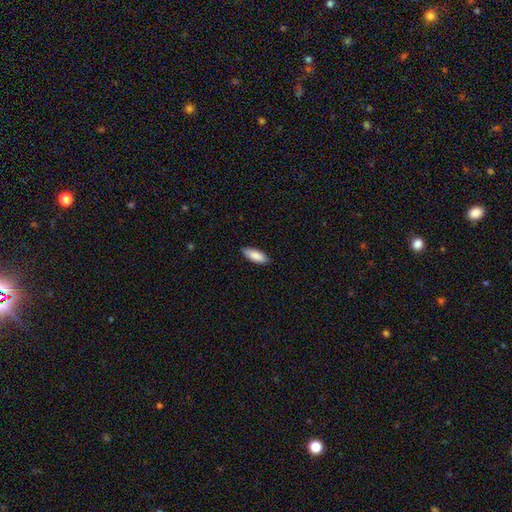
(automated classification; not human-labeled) Smooth or featured? Predicted: smooth (p=0.88). How rounded? Predicted: in between (p=0.71). Merging? Predicted: none (p=0.87).